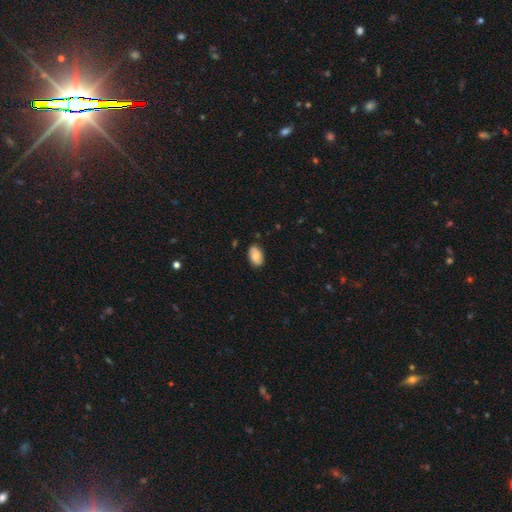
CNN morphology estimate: type=smooth (68%); roundness=in between (90%); merging=none (83%).